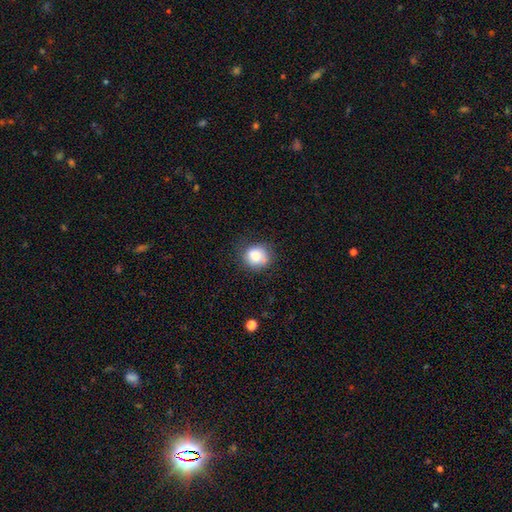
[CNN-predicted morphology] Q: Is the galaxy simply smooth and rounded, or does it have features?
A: smooth — 81%.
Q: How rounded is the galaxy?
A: round — 82%.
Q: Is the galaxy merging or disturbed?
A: none — 73%.